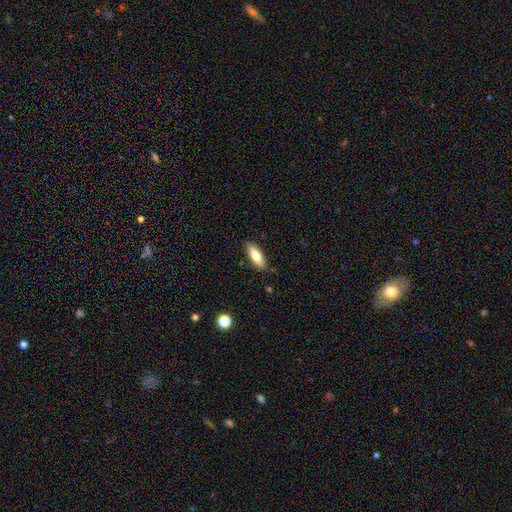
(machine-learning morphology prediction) A smooth galaxy with no disk features (73%) that is in between round and cigar-shaped (60%).

Vote fractions:
- Smooth or featured? smooth: 73% / featured or disk: 20% / star or artifact: 6%
- How rounded? in between: 60% / cigar-shaped: 38% / round: 2%
- Merging? none: 87% / minor disturbance: 10% / major disturbance: 2% / merger: 1%